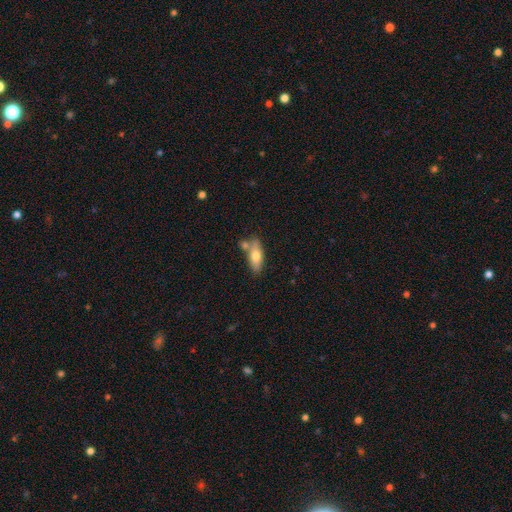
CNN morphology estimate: A smooth galaxy with no disk features (70%) that is in between round and cigar-shaped (71%).

Vote fractions:
- Smooth or featured? smooth: 70% / featured or disk: 24% / star or artifact: 6%
- How rounded? in between: 71% / cigar-shaped: 26% / round: 3%
- Merging? none: 64% / merger: 19% / minor disturbance: 14% / major disturbance: 3%